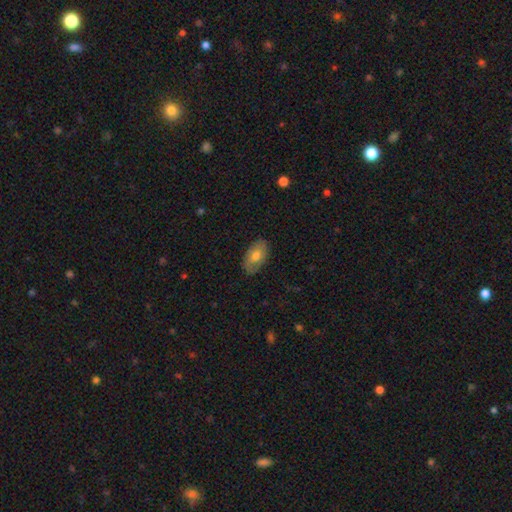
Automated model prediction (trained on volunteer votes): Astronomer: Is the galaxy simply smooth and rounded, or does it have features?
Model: smooth — 68%.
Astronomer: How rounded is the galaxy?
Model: in between — 93%.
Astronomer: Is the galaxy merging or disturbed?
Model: none — 84%.